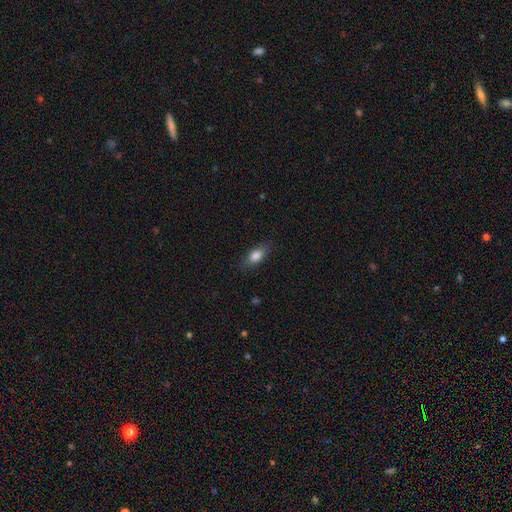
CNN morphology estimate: smooth_or_featured: smooth (p=0.80) [alt: featured or disk p=0.12]
how_rounded: in between (p=0.77) [alt: cigar-shaped p=0.18]
merging: none (p=0.82) [alt: minor disturbance p=0.13]